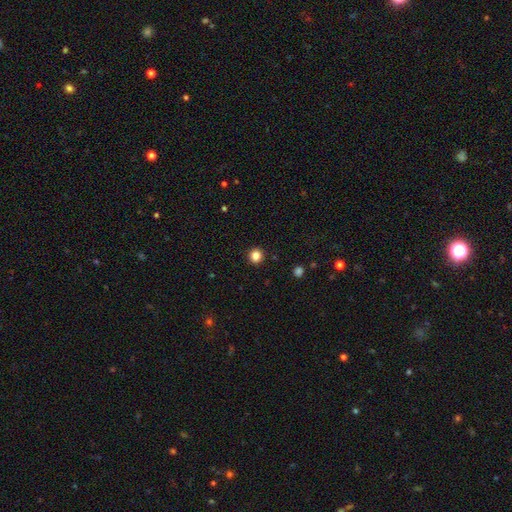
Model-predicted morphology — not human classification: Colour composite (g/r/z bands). It shows a smooth galaxy with no disk features (85%) that is round (92%). Merging: none (93%).